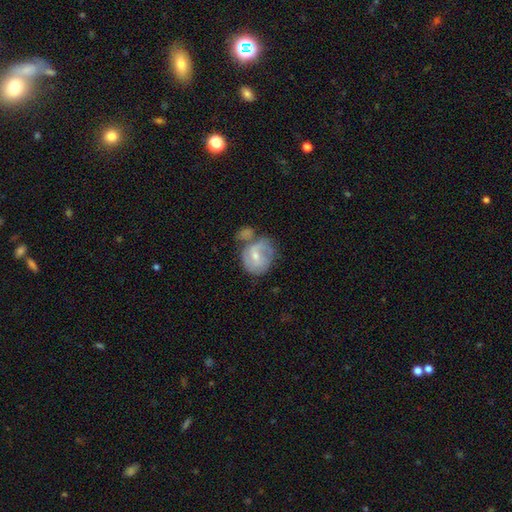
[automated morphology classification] featured or disk 57%, smooth 37%, star or artifact 6%. Down the decision tree: edge-on disk — no (97%); bar — weak (51%); spiral arms — yes (70%); bulge size — small (48%); merging — none (33%).